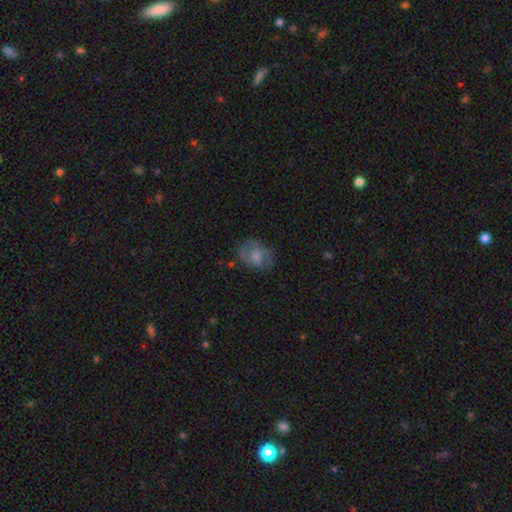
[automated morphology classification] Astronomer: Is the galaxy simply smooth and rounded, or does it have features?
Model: featured or disk — 47% (runner-up: smooth, 45%).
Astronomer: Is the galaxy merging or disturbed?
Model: none — 67%.